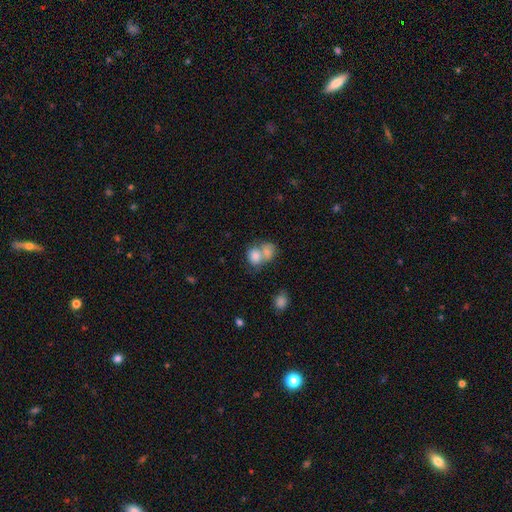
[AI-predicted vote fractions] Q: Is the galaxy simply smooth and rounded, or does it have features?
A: smooth — 78%.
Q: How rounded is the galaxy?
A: round — 51%.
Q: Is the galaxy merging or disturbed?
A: merger — 66%.